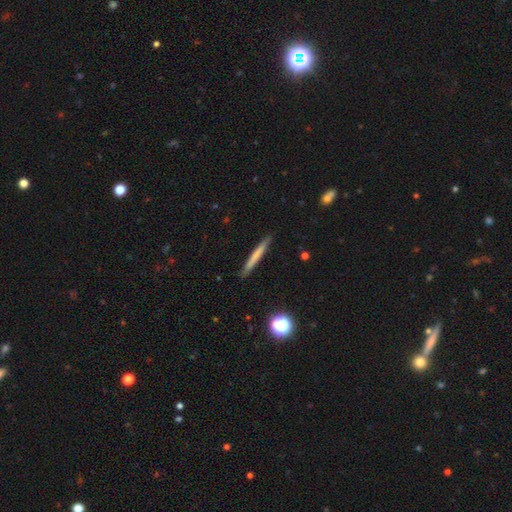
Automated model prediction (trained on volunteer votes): Smooth or featured? Predicted: smooth (p=0.63). How rounded? Predicted: cigar-shaped (p=0.96). Merging? Predicted: none (p=0.90).